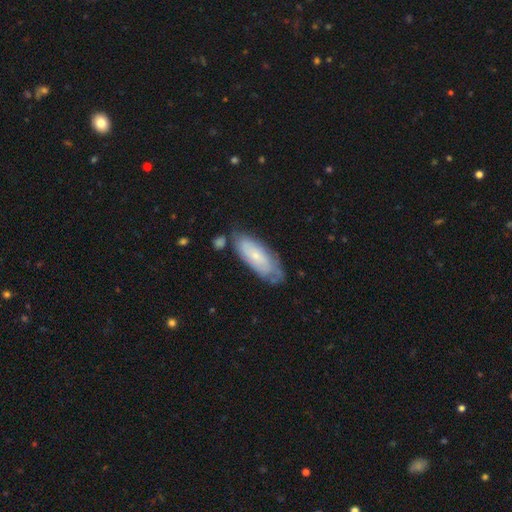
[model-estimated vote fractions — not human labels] This is possibly a smooth galaxy (53%). How rounded: likely in between (75%). Merging: likely none (60%).